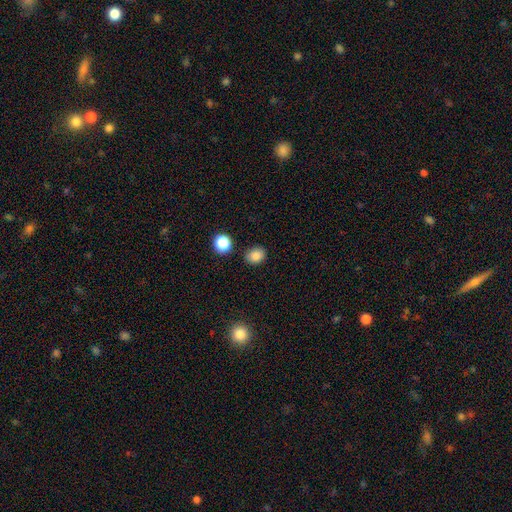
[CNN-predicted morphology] A smooth galaxy with no disk features (84%) that is round (50%).

Vote fractions:
- Smooth or featured? smooth: 84% / star or artifact: 11% / featured or disk: 5%
- How rounded? round: 50% / in between: 49% / cigar-shaped: 1%
- Merging? none: 85% / minor disturbance: 9% / merger: 3% / major disturbance: 2%